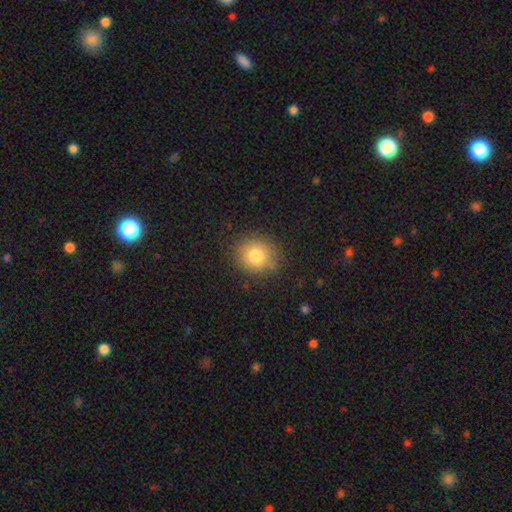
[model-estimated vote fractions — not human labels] Smooth or featured? Predicted: smooth (p=0.81). How rounded? Predicted: round (p=0.83). Merging? Predicted: none (p=0.85).